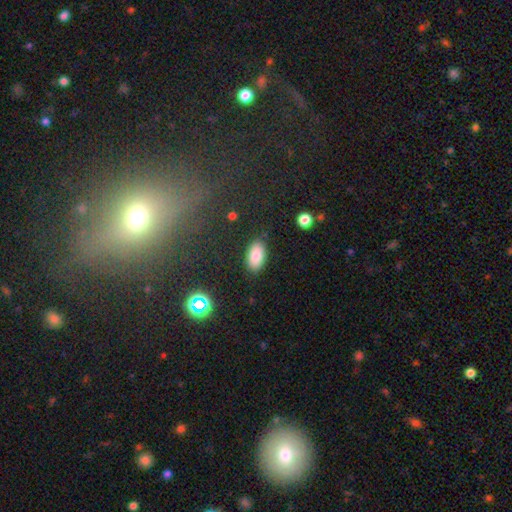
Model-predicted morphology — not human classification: type=smooth (84%); roundness=in between (94%); merging=none (84%).